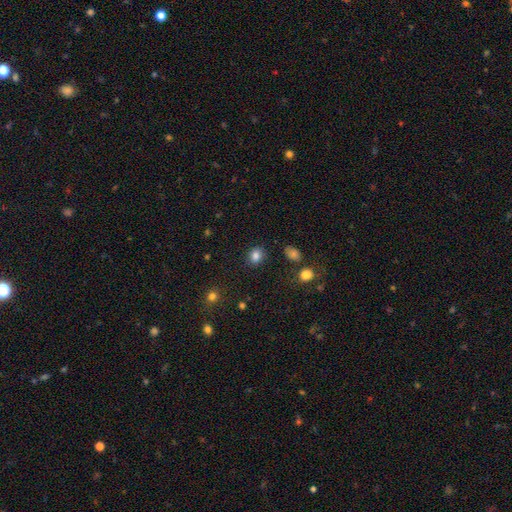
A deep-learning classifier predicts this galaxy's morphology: Smooth or featured? smooth (84%)
How rounded? round (65%)
Merging? none (86%)